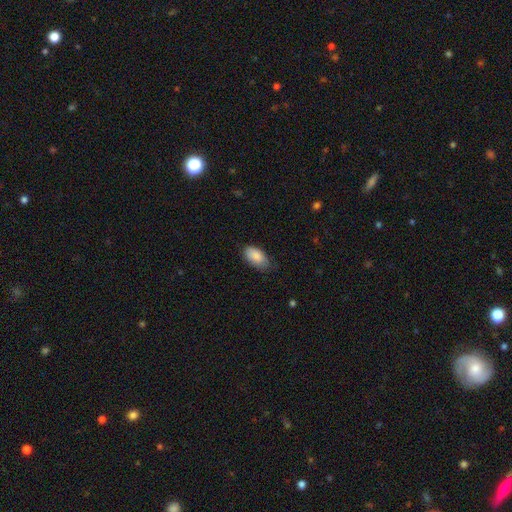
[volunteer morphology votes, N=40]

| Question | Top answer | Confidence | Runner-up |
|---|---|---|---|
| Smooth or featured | smooth | 90% | featured or disk (8%) |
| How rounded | in between | 92% | cigar-shaped (8%) |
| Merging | none | 69% | minor disturbance (28%) |